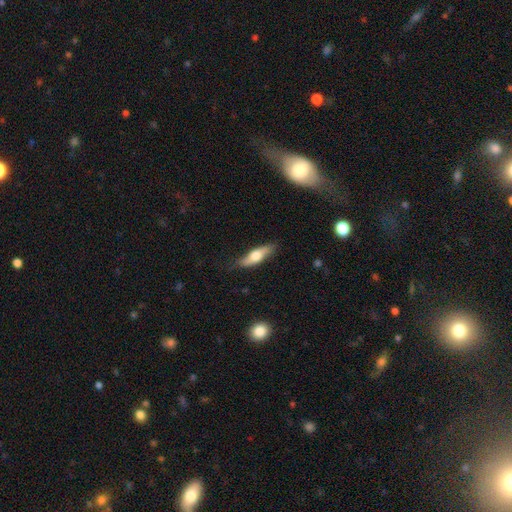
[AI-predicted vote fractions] This appears to be a smooth galaxy with no disk features (58%) that is cigar-shaped (53%). Merging: none (79%).